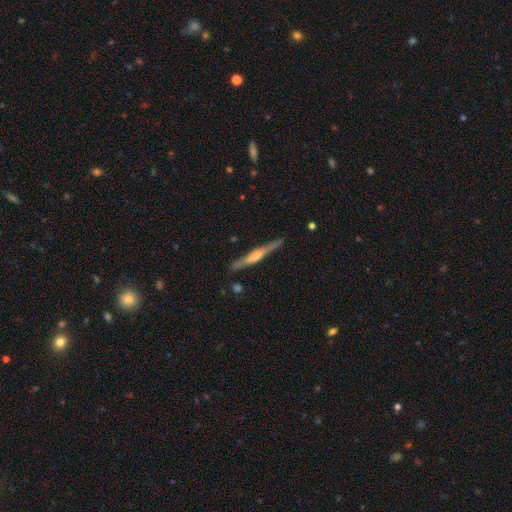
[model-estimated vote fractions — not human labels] Smooth or featured? featured or disk (77%)
Edge-on disk? yes (97%)
Edge-on bulge? rounded (78%)
Merging? none (86%)